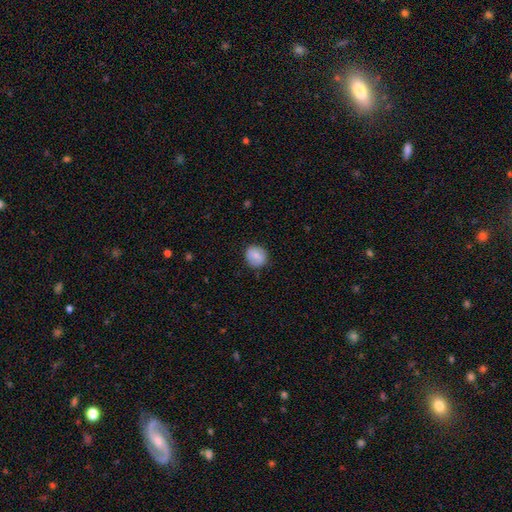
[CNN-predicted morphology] type=smooth (80%); roundness=round (86%); merging=none (86%).